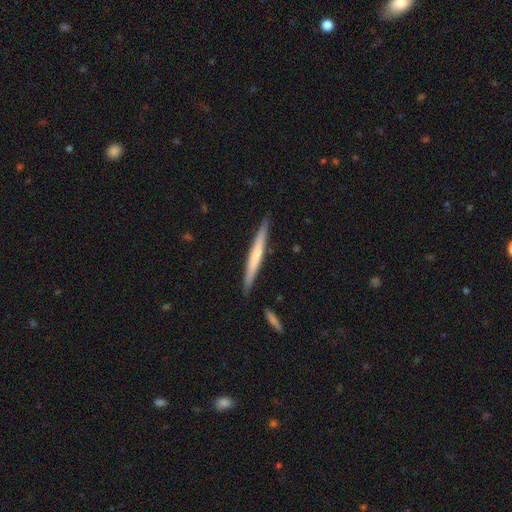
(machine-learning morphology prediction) Smooth or featured?
  - smooth: 50% *
  - featured or disk: 45%
  - star or artifact: 5%
Merging?
  - none: 89% *
  - minor disturbance: 8%
  - merger: 2%
  - major disturbance: 1%